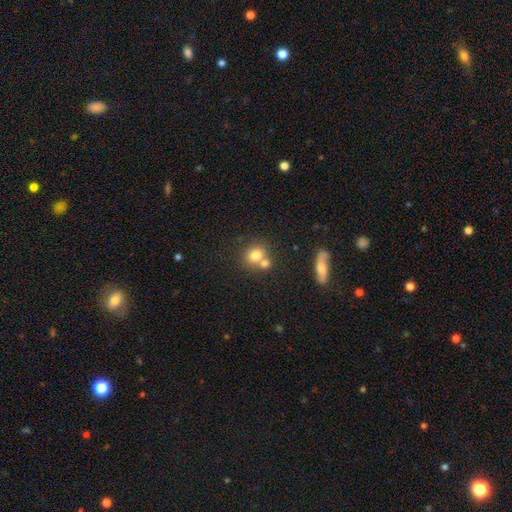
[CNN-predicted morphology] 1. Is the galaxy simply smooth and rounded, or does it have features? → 77% smooth, 13% featured or disk, 10% star or artifact.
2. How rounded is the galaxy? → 70% round, 28% in between, 1% cigar-shaped.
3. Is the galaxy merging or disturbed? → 45% none, 43% merger, 9% minor disturbance, 3% major disturbance.